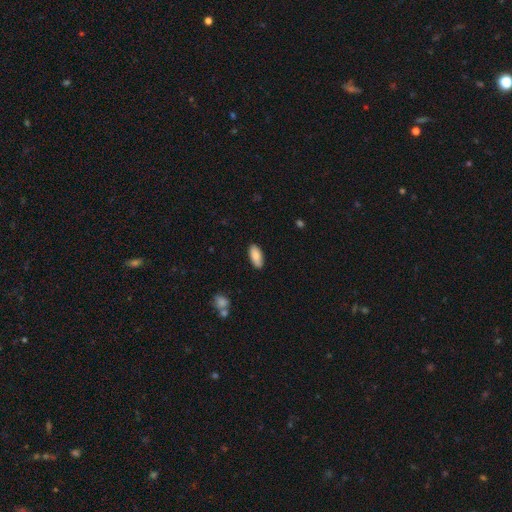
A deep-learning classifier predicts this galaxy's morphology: type=smooth (86%); roundness=in between (87%); merging=none (87%).